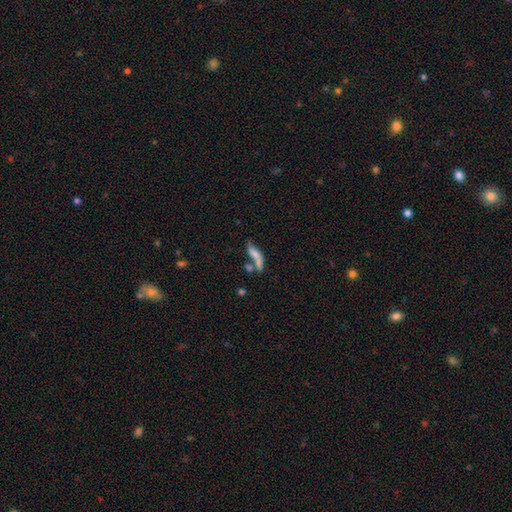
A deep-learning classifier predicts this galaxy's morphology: Smooth or featured?
  - smooth: 59% *
  - featured or disk: 30%
  - star or artifact: 11%
How rounded?
  - cigar-shaped: 56% *
  - in between: 40%
  - round: 4%
Merging?
  - merger: 42% *
  - none: 31%
  - minor disturbance: 14%
  - major disturbance: 13%